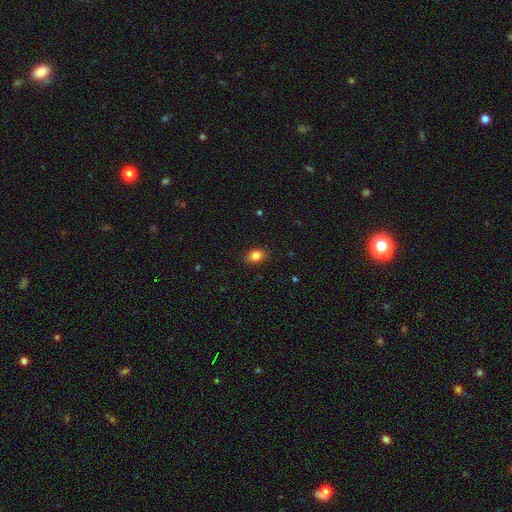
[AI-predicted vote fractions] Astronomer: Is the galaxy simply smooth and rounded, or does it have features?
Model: smooth — 84%.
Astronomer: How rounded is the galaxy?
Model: in between — 67%.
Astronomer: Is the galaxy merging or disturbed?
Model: none — 87%.